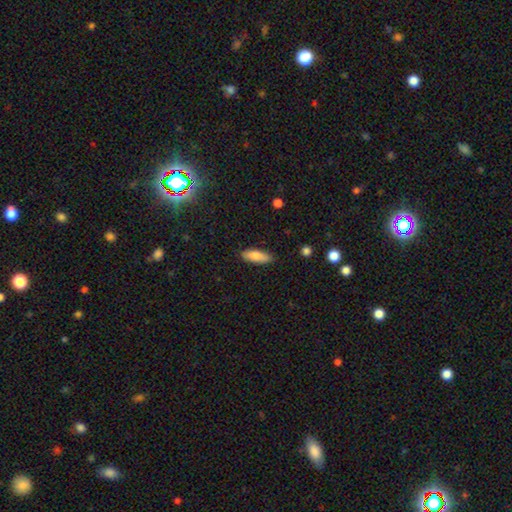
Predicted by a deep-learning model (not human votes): The model was most divided on "how rounded": in between: 60%, cigar-shaped: 38%, round: 2%. More confident: merging — none (87%); smooth or featured — smooth (80%).